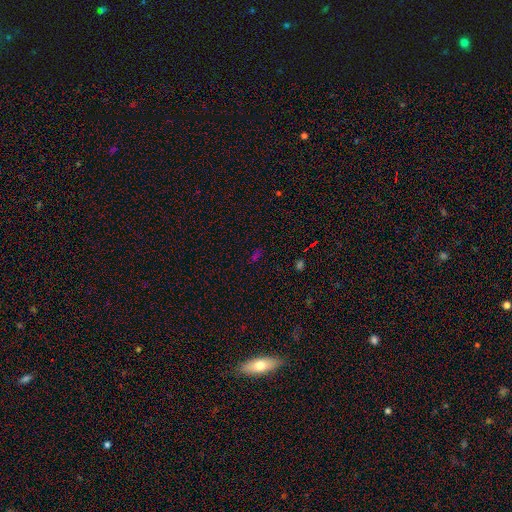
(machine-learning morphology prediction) The model was most divided on "smooth or featured": star or artifact: 50%, smooth: 41%, featured or disk: 9%.